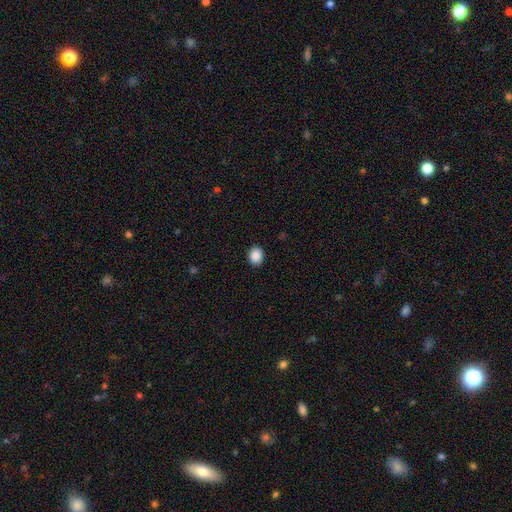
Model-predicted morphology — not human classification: smooth-or-featured: smooth: 89% | star or artifact: 8% | featured or disk: 3%
  how-rounded: in between: 52% | round: 47% | cigar-shaped: 1%
  merging: none: 91% | minor disturbance: 7% | major disturbance: 2% | merger: 1%